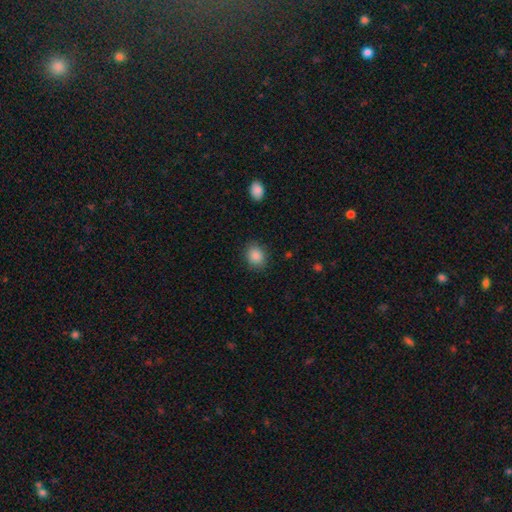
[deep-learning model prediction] Overall: smooth (87%). How rounded: round (55%; in between 44%). Merging: none (86%).